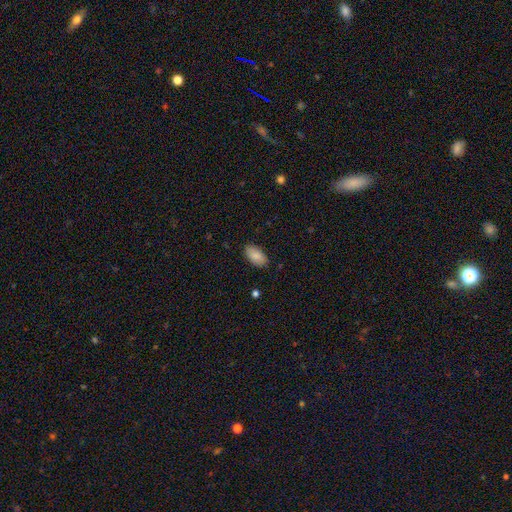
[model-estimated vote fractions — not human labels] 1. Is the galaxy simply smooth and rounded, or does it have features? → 87% smooth, 7% featured or disk, 6% star or artifact.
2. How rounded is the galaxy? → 95% in between, 3% round, 2% cigar-shaped.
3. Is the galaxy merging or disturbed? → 86% none, 10% minor disturbance, 2% major disturbance, 1% merger.